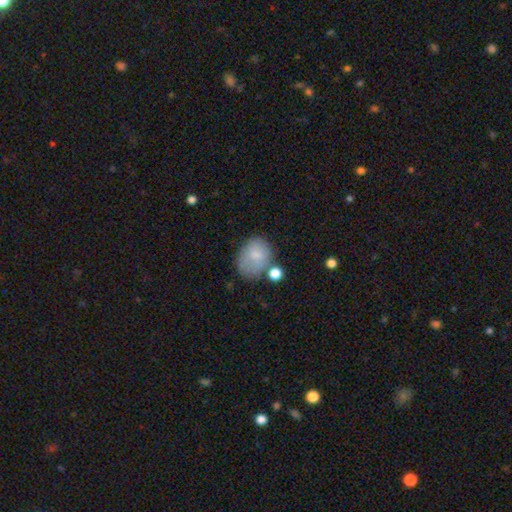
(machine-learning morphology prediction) The model was most divided on "how rounded": in between: 55%, round: 44%, cigar-shaped: 1%. Remaining: smooth or featured — smooth (76%); merging — none (49%).